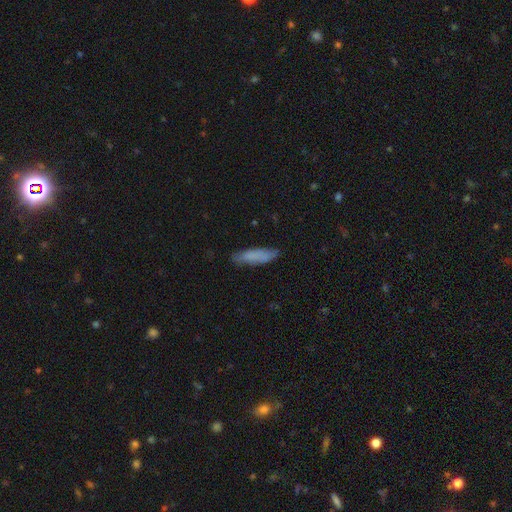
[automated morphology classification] Q: Smooth or featured?
A: smooth (77%); runner-up: featured or disk (16%)
Q: How rounded?
A: cigar-shaped (67%); runner-up: in between (32%)
Q: Merging?
A: none (77%); runner-up: minor disturbance (18%)